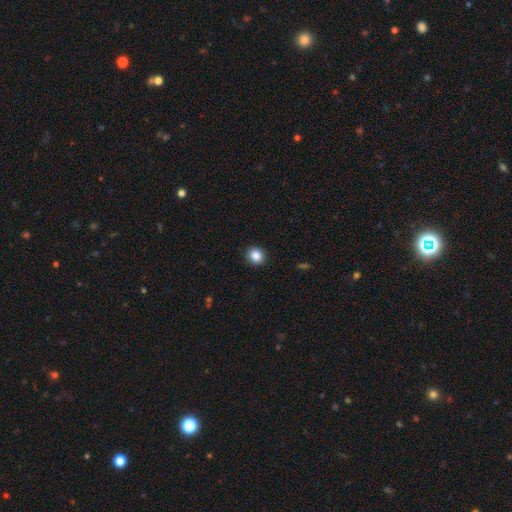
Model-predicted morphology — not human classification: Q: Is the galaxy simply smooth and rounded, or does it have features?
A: smooth — 86%.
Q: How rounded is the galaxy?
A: round — 79%.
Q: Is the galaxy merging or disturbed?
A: none — 91%.